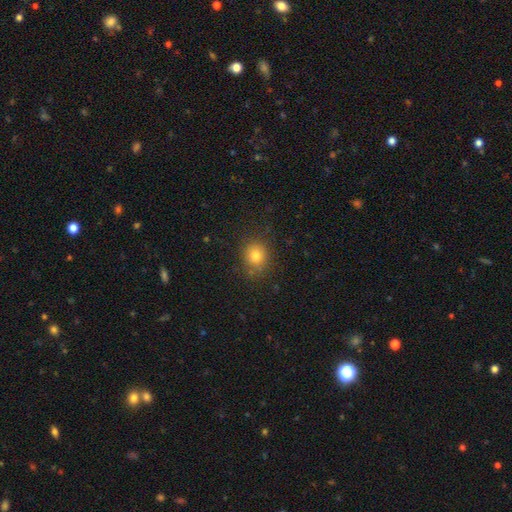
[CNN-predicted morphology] A smooth galaxy with no disk features (78%) that is round (83%). Merging: none (83%).